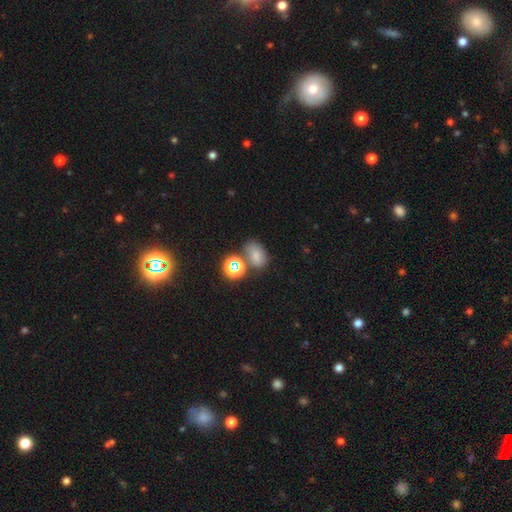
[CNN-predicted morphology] smooth 71%, star or artifact 19%, featured or disk 10%. Down the decision tree: how rounded — in between (75%); merging — none (58%).